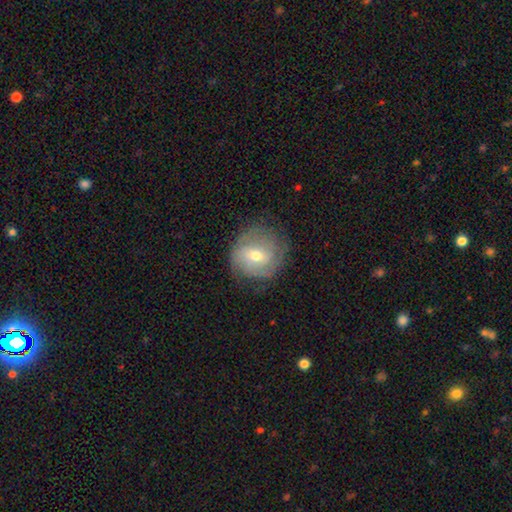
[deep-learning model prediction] Morphology: type=featured or disk (61%); edge-on=no (96%); bar=no (45%); spiral arms=yes (80%); bulge=moderate (64%); merging=none (73%).